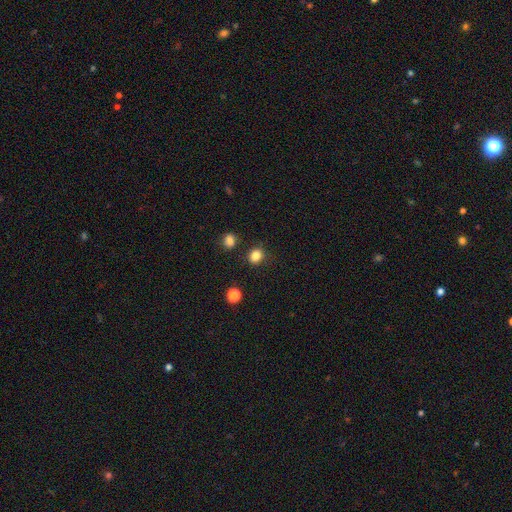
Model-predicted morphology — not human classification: smooth-or-featured: smooth: 83% | star or artifact: 12% | featured or disk: 4%
  how-rounded: round: 64% | in between: 35% | cigar-shaped: 1%
  merging: none: 83% | minor disturbance: 10% | merger: 4% | major disturbance: 3%